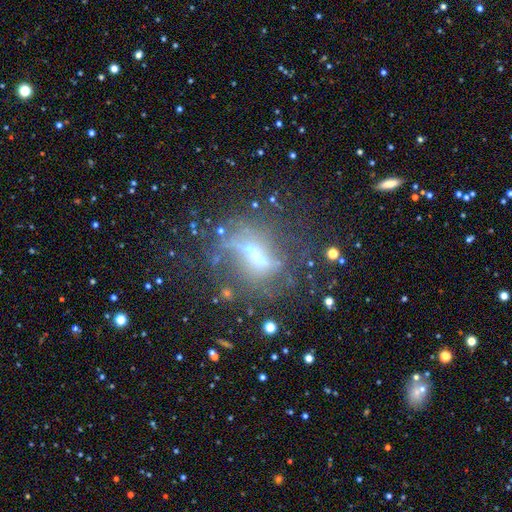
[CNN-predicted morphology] type=featured or disk (56%); edge-on=no (74%); merging=none (48%).